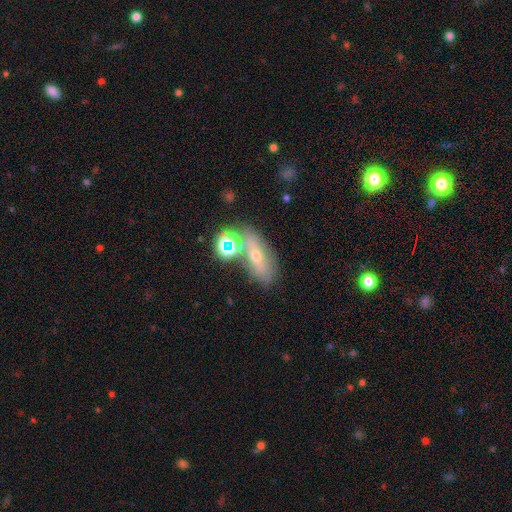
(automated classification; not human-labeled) Smooth or featured?
  - smooth: 43% *
  - featured or disk: 37%
  - star or artifact: 20%
Merging?
  - none: 56% *
  - merger: 20%
  - minor disturbance: 16%
  - major disturbance: 8%